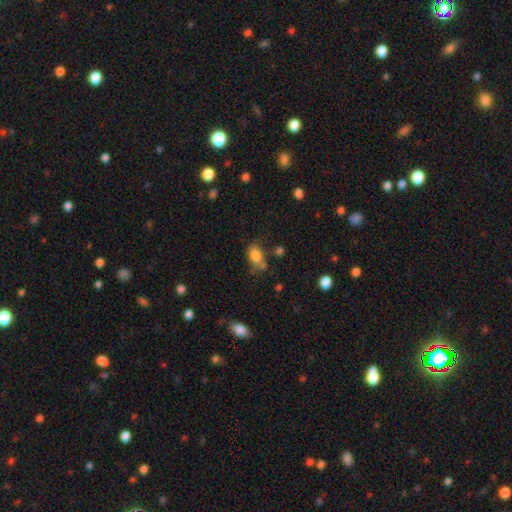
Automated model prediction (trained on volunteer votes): smooth-or-featured: smooth: 82% | star or artifact: 10% | featured or disk: 8%
  how-rounded: in between: 81% | round: 16% | cigar-shaped: 2%
  merging: none: 55% | minor disturbance: 24% | merger: 12% | major disturbance: 9%